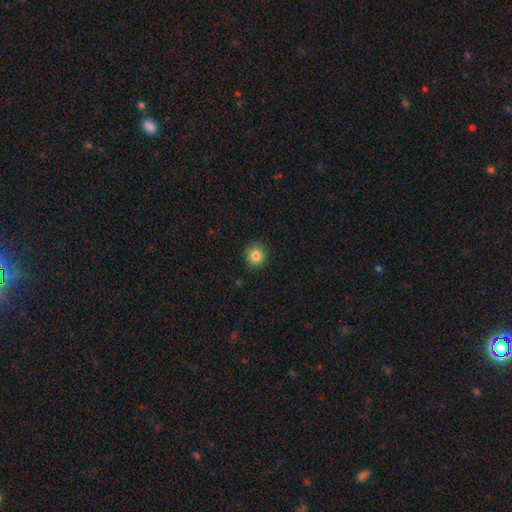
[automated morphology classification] Q: Smooth or featured?
A: smooth (83%); runner-up: star or artifact (10%)
Q: How rounded?
A: round (92%); runner-up: in between (7%)
Q: Merging?
A: none (90%); runner-up: minor disturbance (7%)